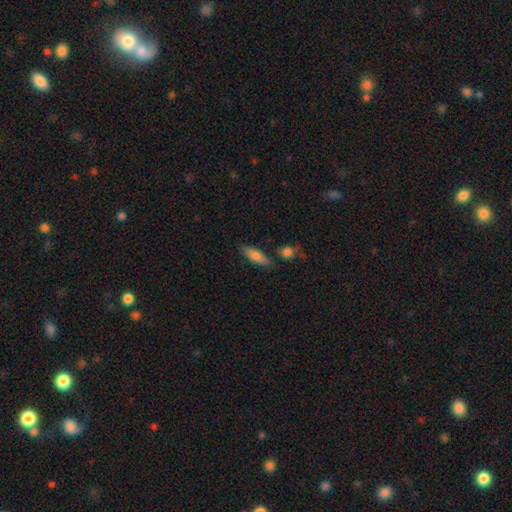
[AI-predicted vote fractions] Smooth or featured? smooth (74%)
How rounded? cigar-shaped (50%)
Merging? none (78%)